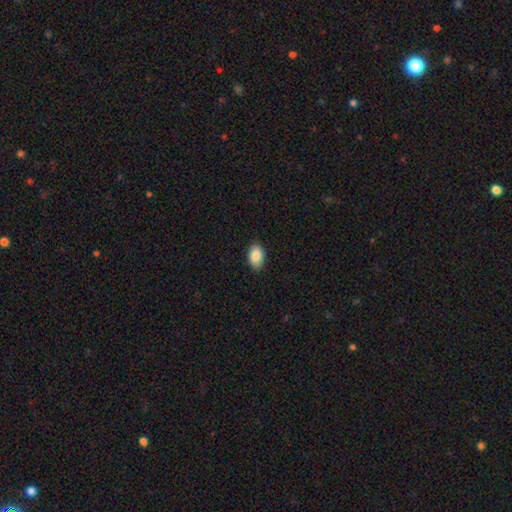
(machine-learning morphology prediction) This is clearly a smooth galaxy (88%). How rounded: clearly in between (92%). Merging: clearly none (87%).